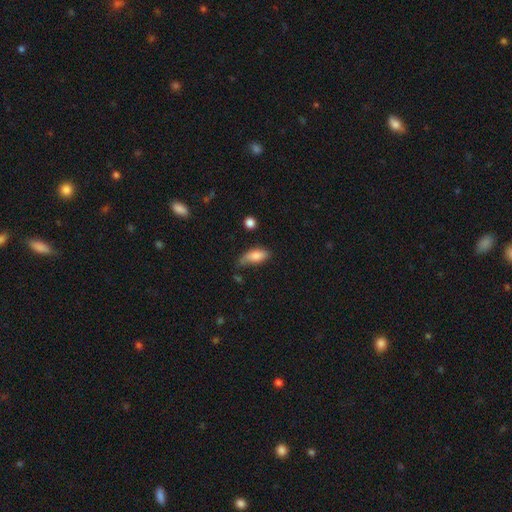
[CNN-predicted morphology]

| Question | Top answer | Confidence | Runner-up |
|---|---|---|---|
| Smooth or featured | smooth | 82% | featured or disk (11%) |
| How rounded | in between | 81% | cigar-shaped (16%) |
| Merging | none | 53% | minor disturbance (35%) |